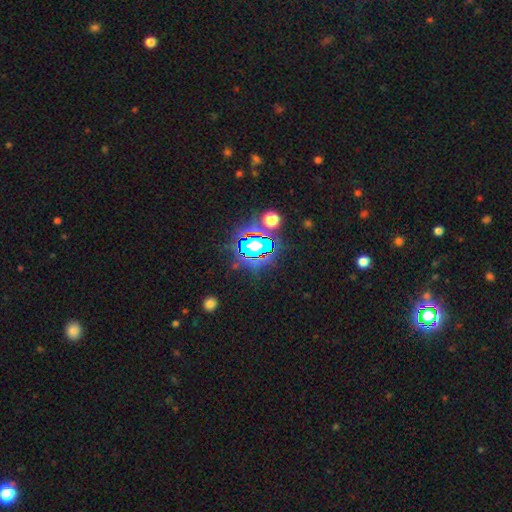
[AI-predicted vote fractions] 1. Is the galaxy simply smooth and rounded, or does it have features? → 79% star or artifact, 13% smooth, 8% featured or disk.